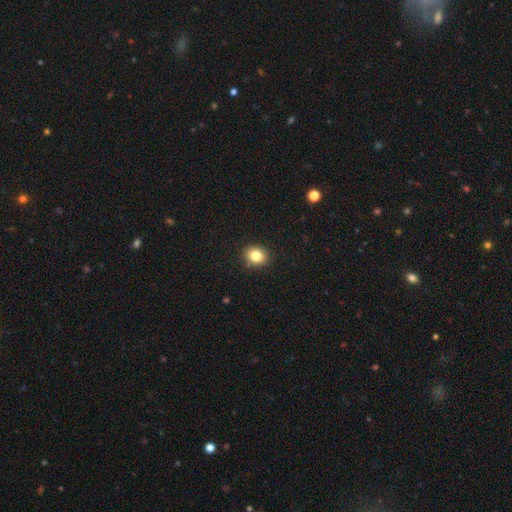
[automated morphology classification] This appears to be a smooth galaxy with no disk features (83%) that is round (61%). Merging: none (89%).